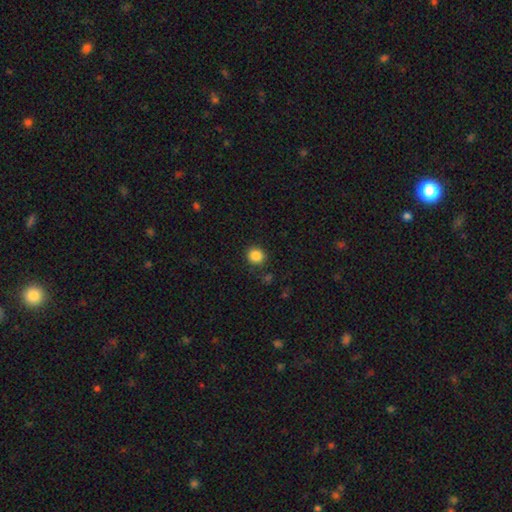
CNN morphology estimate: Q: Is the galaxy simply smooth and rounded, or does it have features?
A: smooth — 86%.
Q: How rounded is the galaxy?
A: round — 88%.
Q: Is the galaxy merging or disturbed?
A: none — 88%.